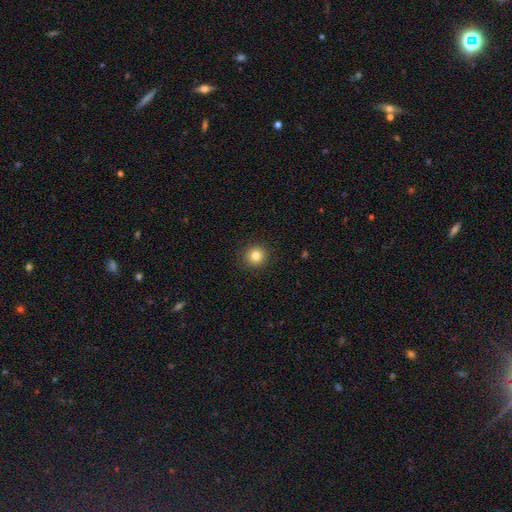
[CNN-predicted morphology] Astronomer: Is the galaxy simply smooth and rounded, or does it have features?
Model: smooth — 82%.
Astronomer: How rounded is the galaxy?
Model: round — 92%.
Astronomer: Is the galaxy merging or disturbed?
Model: none — 92%.